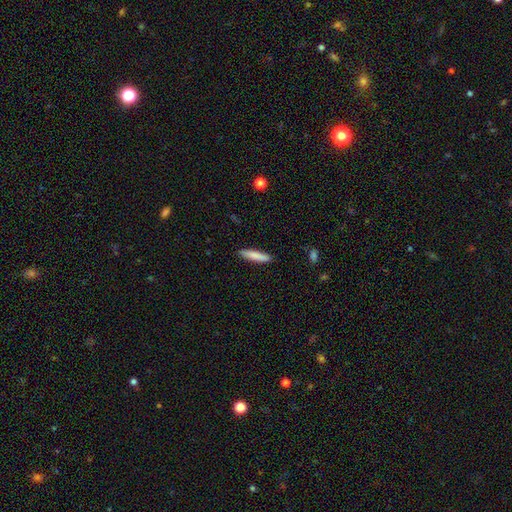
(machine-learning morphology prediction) This is clearly a smooth galaxy (84%). How rounded: clearly cigar-shaped (87%). Merging: clearly none (89%).